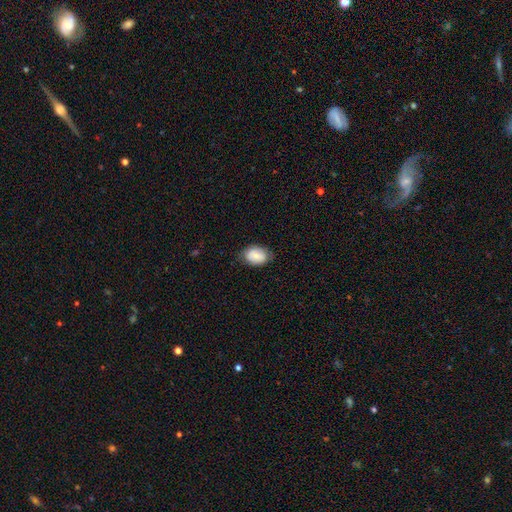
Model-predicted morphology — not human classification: Smooth or featured?
  - smooth: 76% *
  - featured or disk: 17%
  - star or artifact: 7%
How rounded?
  - in between: 78% *
  - round: 21%
  - cigar-shaped: 1%
Merging?
  - none: 75% *
  - minor disturbance: 20%
  - major disturbance: 4%
  - merger: 1%